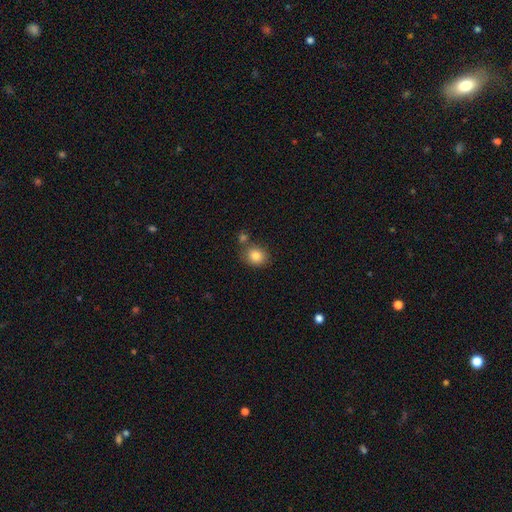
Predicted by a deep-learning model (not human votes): Smooth or featured?
  - smooth: 83% *
  - star or artifact: 10%
  - featured or disk: 7%
How rounded?
  - round: 70% *
  - in between: 29%
  - cigar-shaped: 1%
Merging?
  - none: 65% *
  - merger: 19%
  - minor disturbance: 13%
  - major disturbance: 3%